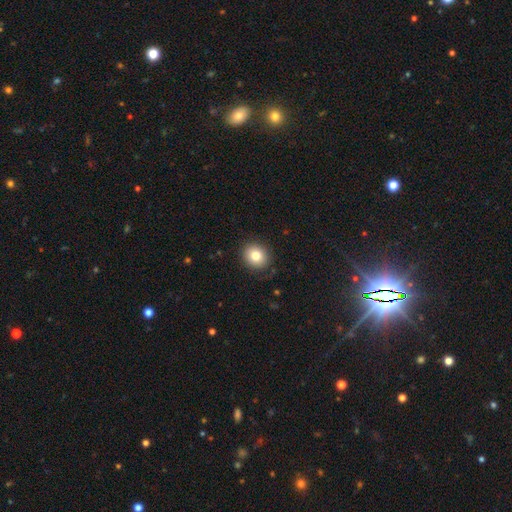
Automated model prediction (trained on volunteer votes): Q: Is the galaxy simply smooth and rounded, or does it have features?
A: smooth — 79%.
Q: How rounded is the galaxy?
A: round — 82%.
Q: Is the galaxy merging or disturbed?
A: none — 88%.